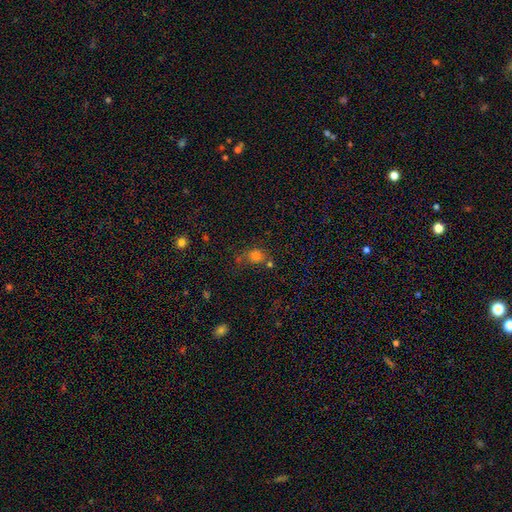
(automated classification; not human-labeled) The model was most divided on "merging": none: 51%, minor disturbance: 19%, merger: 18%, major disturbance: 12%. More confident: smooth or featured — smooth (72%); how rounded — round (69%).